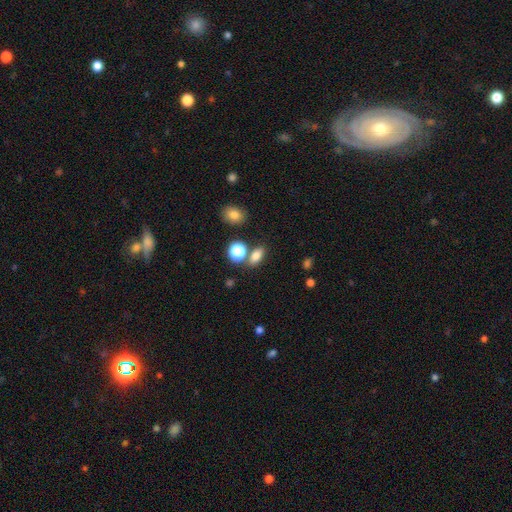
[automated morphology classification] Smooth or featured? smooth (78%)
How rounded? in between (77%)
Merging? none (69%)